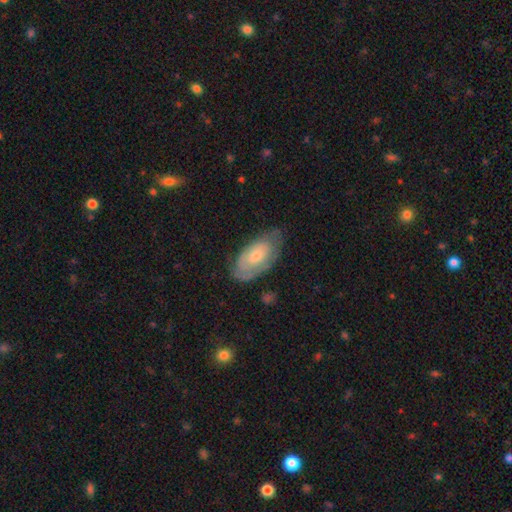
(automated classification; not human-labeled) Q: Smooth or featured?
A: smooth (50%); runner-up: featured or disk (44%)
Q: Merging?
A: none (63%); runner-up: minor disturbance (27%)